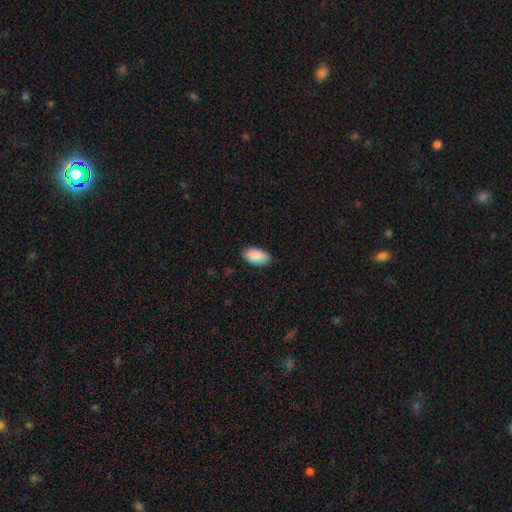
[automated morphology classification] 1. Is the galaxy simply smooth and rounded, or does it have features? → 90% smooth, 6% star or artifact, 4% featured or disk.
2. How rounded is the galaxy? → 95% in between, 3% round, 2% cigar-shaped.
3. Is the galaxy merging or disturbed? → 83% none, 14% minor disturbance, 2% major disturbance, 1% merger.